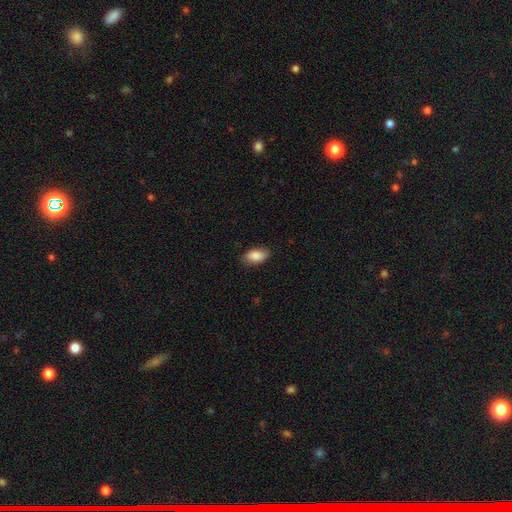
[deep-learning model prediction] Smooth or featured?
  - smooth: 86% *
  - featured or disk: 7%
  - star or artifact: 6%
How rounded?
  - in between: 93% *
  - round: 4%
  - cigar-shaped: 3%
Merging?
  - none: 83% *
  - minor disturbance: 13%
  - major disturbance: 3%
  - merger: 1%